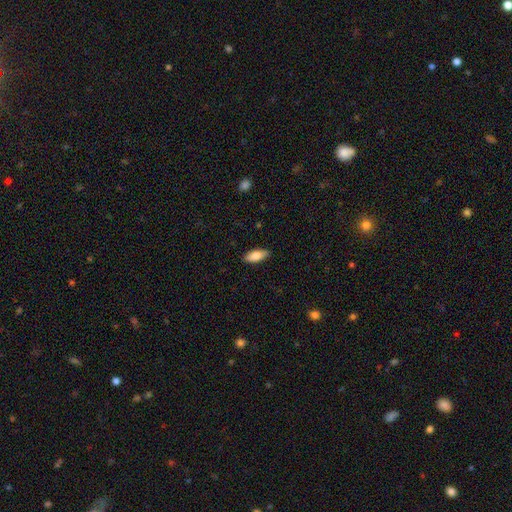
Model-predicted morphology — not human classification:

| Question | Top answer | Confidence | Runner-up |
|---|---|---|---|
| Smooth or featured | smooth | 83% | featured or disk (11%) |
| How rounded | in between | 80% | cigar-shaped (18%) |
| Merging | none | 87% | minor disturbance (10%) |